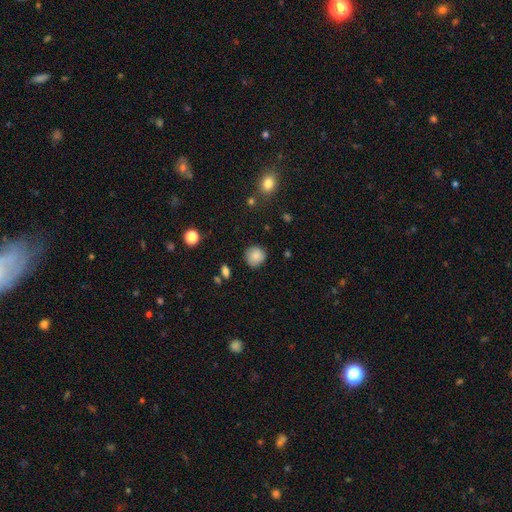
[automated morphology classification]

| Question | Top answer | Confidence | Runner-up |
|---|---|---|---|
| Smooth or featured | smooth | 84% | star or artifact (9%) |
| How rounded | round | 90% | in between (9%) |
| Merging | none | 84% | minor disturbance (12%) |